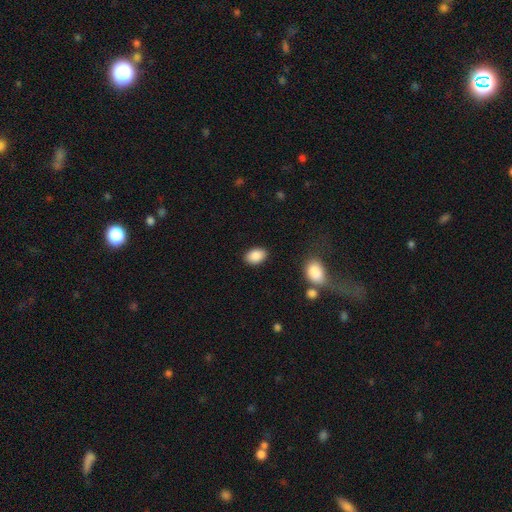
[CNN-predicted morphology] smooth_or_featured: smooth (p=0.88) [alt: star or artifact p=0.07]
how_rounded: in between (p=0.86) [alt: round p=0.13]
merging: none (p=0.86) [alt: minor disturbance p=0.09]